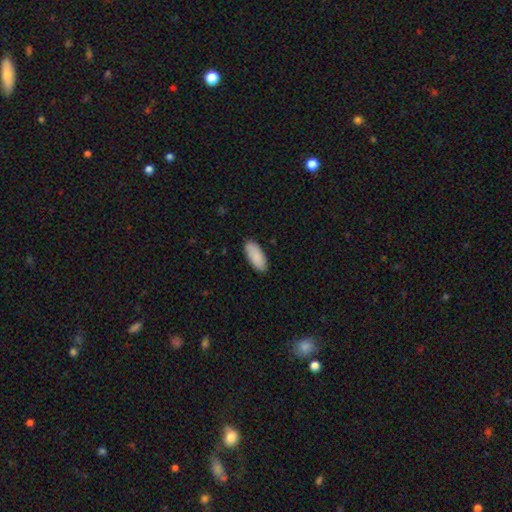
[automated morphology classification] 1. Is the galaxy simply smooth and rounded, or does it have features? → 89% smooth, 6% star or artifact, 5% featured or disk.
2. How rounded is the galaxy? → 84% in between, 15% cigar-shaped, 2% round.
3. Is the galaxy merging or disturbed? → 87% none, 11% minor disturbance, 2% major disturbance, 1% merger.